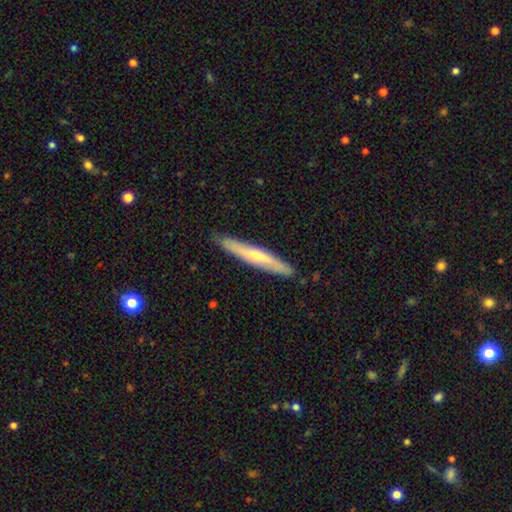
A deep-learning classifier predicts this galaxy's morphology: smooth-or-featured: featured or disk: 56% | smooth: 38% | star or artifact: 6%
  disk-edge-on: yes: 91% | no: 9%
    edge-on-bulge: rounded: 76% | none: 22% | boxy: 3%
  merging: none: 90% | minor disturbance: 8% | major disturbance: 1% | merger: 1%